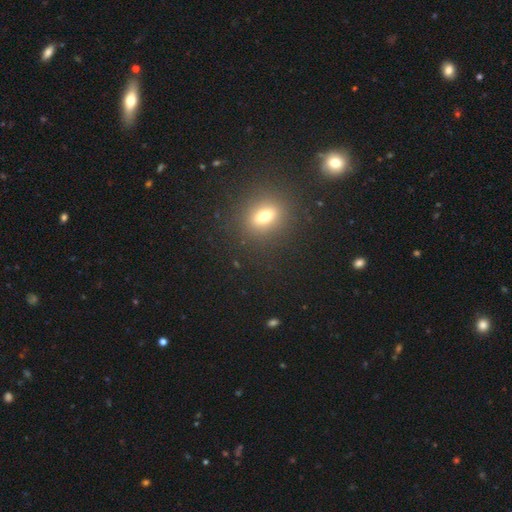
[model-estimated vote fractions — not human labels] Q: Smooth or featured?
A: smooth (57%); runner-up: star or artifact (34%)
Q: How rounded?
A: round (73%); runner-up: in between (25%)
Q: Merging?
A: none (90%); runner-up: minor disturbance (5%)